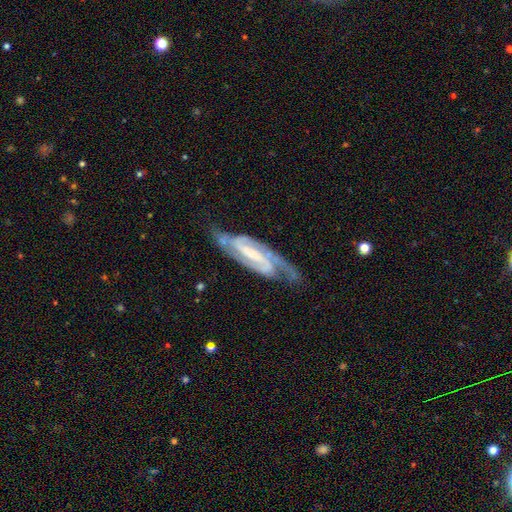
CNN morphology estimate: type=featured or disk (90%); edge-on=no (91%); bar=strong (54%); spiral arms=yes (98%); winding=medium (48%); arm count=2 (88%); bulge=small (47%); merging=none (74%).